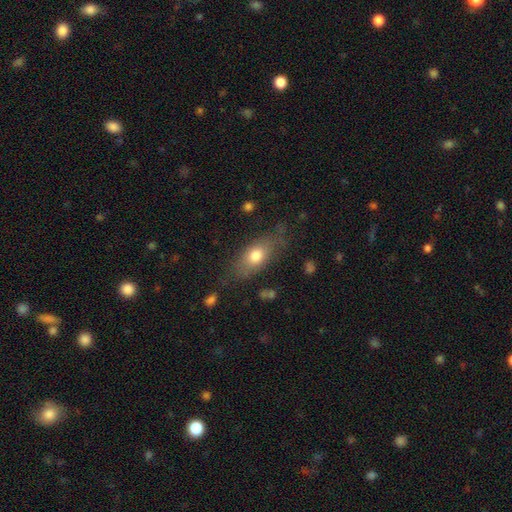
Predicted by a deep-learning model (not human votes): smooth 72%, featured or disk 20%, star or artifact 8%. Down the decision tree: how rounded — in between (77%); merging — none (68%).